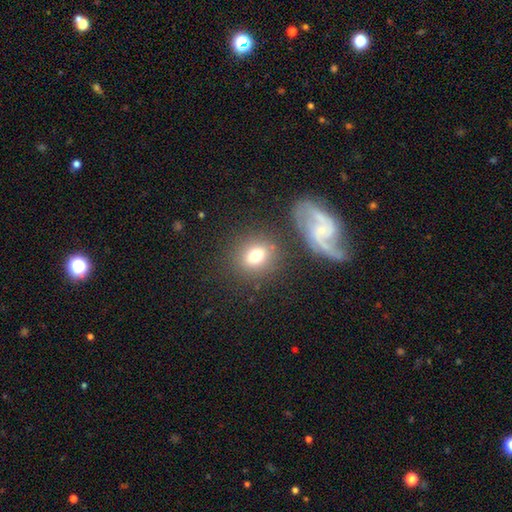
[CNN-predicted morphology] Smooth or featured?
  - smooth: 73% *
  - featured or disk: 16%
  - star or artifact: 11%
How rounded?
  - round: 59% *
  - in between: 39%
  - cigar-shaped: 2%
Merging?
  - none: 75% *
  - minor disturbance: 12%
  - merger: 9%
  - major disturbance: 5%